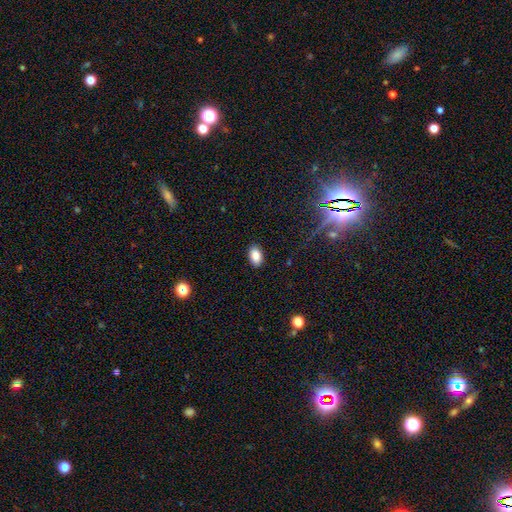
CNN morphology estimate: Smooth or featured? smooth (86%)
How rounded? in between (90%)
Merging? none (88%)